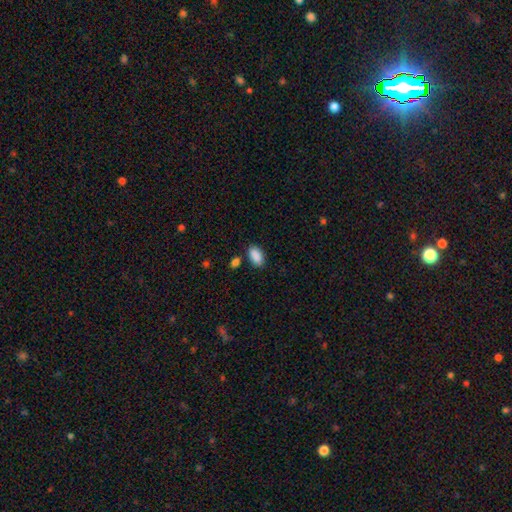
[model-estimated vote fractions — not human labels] A smooth galaxy with no disk features (89%) that is in between round and cigar-shaped (92%).

Vote fractions:
- Smooth or featured? smooth: 89% / star or artifact: 7% / featured or disk: 4%
- How rounded? in between: 92% / round: 5% / cigar-shaped: 2%
- Merging? none: 77% / minor disturbance: 14% / merger: 6% / major disturbance: 3%